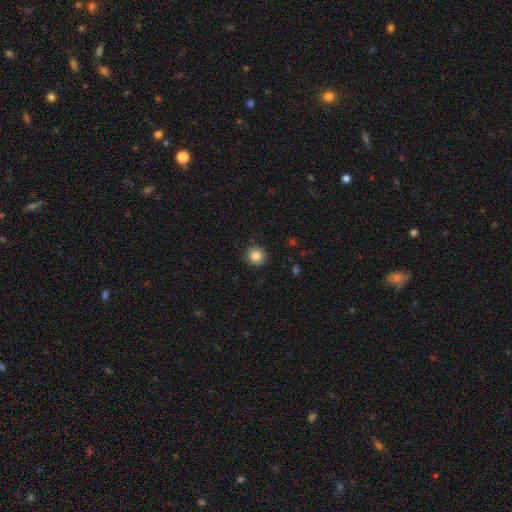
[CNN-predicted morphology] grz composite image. It shows a smooth galaxy with no disk features (85%) that is round (93%). Merging: none (87%).